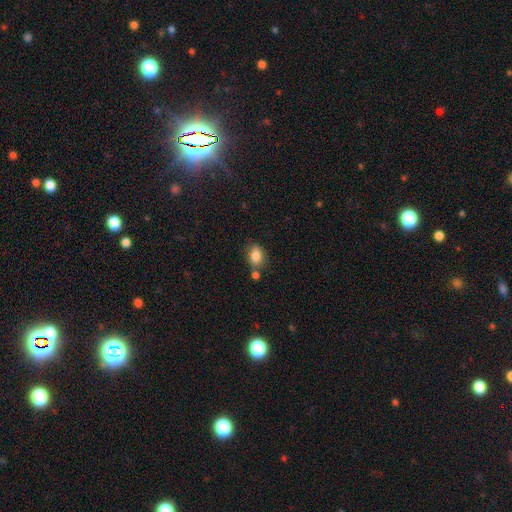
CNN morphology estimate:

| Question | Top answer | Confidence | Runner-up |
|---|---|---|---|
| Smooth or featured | smooth | 83% | star or artifact (9%) |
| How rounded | in between | 74% | round (24%) |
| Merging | none | 64% | minor disturbance (16%) |